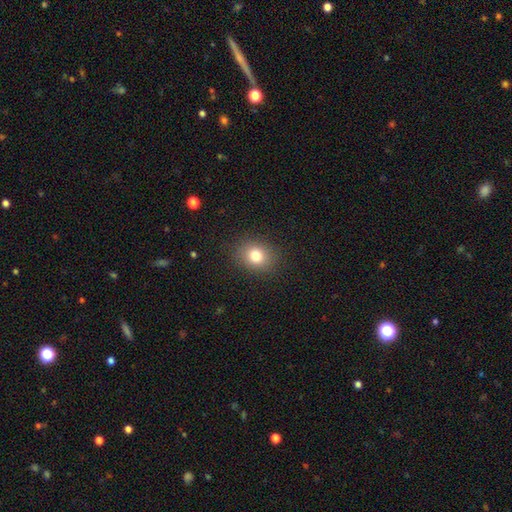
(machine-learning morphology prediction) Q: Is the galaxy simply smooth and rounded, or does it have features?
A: smooth — 80%.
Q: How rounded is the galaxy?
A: round — 59%.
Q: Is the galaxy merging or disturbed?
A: none — 87%.